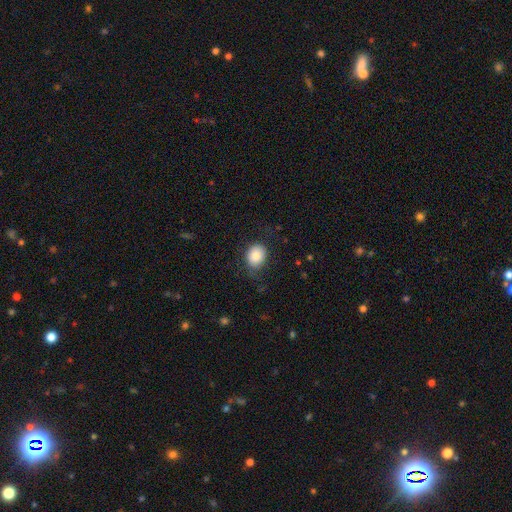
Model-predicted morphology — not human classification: Smooth or featured?
  - smooth: 84% *
  - star or artifact: 8%
  - featured or disk: 8%
How rounded?
  - round: 55% *
  - in between: 44%
  - cigar-shaped: 1%
Merging?
  - none: 76% *
  - minor disturbance: 17%
  - major disturbance: 5%
  - merger: 1%